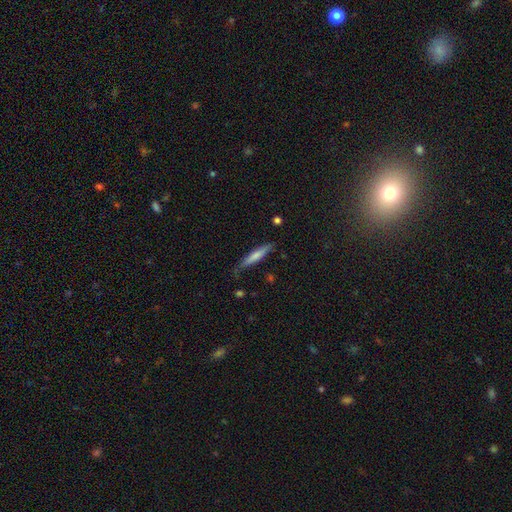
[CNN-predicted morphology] smooth_or_featured: smooth (p=0.68) [alt: featured or disk p=0.26]
how_rounded: cigar-shaped (p=0.90) [alt: in between p=0.08]
merging: none (p=0.75) [alt: minor disturbance p=0.19]